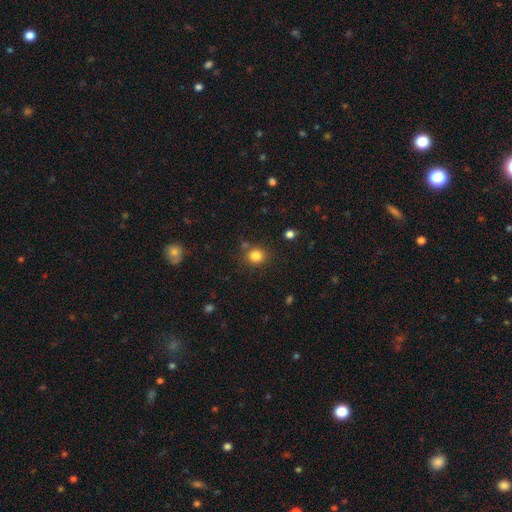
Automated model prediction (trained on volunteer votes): Smooth or featured: smooth — 83% (star or artifact — 12%)
How rounded: round — 80% (in between — 20%)
Merging: none — 80% (minor disturbance — 10%)